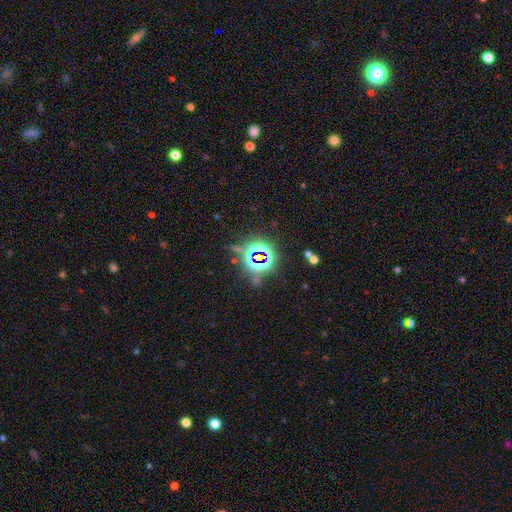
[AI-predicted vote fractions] Smooth or featured? star or artifact (78%)